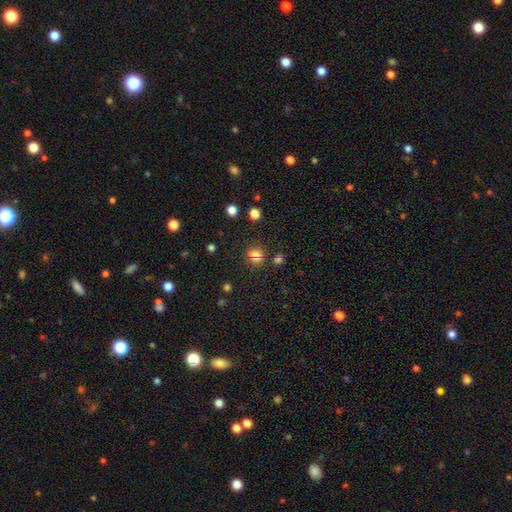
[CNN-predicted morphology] Overall: smooth (64%; star or artifact 26%). How rounded: round (82%). Merging: none (74%).